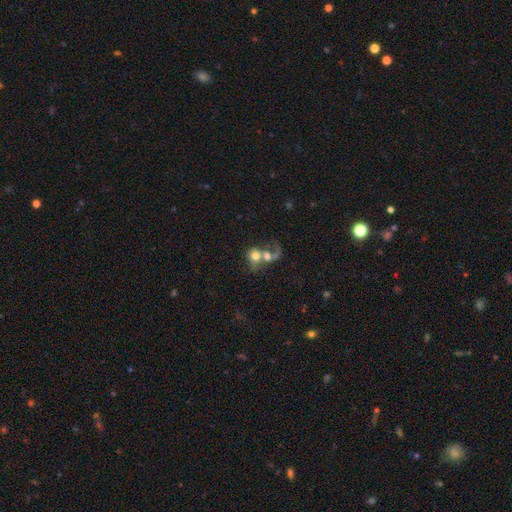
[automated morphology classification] This is possibly a smooth galaxy (54%). How rounded: likely round (68%). Merging: likely merger (73%).